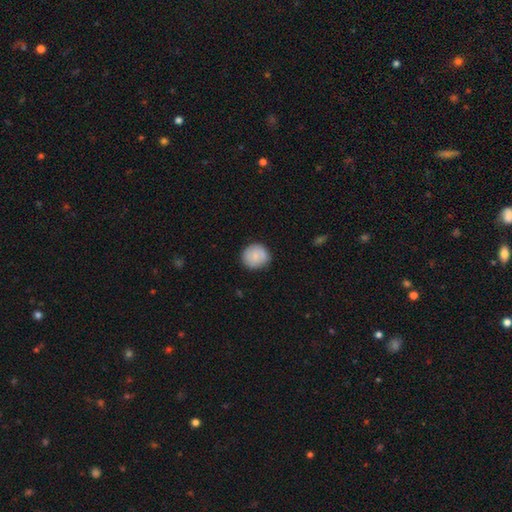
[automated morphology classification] smooth 73%, featured or disk 20%, star or artifact 7%. Down the decision tree: how rounded — round (89%); merging — none (82%).